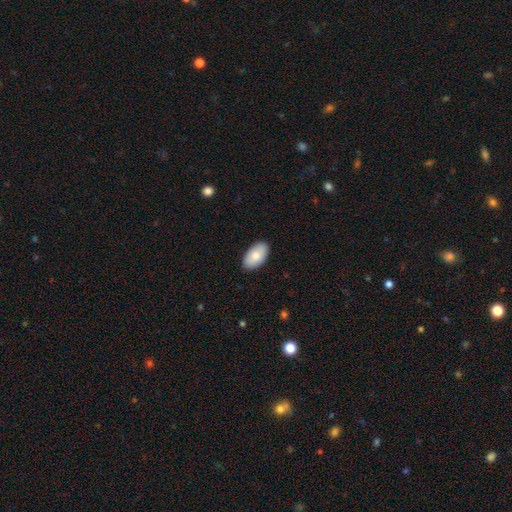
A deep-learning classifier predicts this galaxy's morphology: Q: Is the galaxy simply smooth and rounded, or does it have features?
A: smooth — 82%.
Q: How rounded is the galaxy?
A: in between — 95%.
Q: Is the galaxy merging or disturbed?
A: none — 88%.